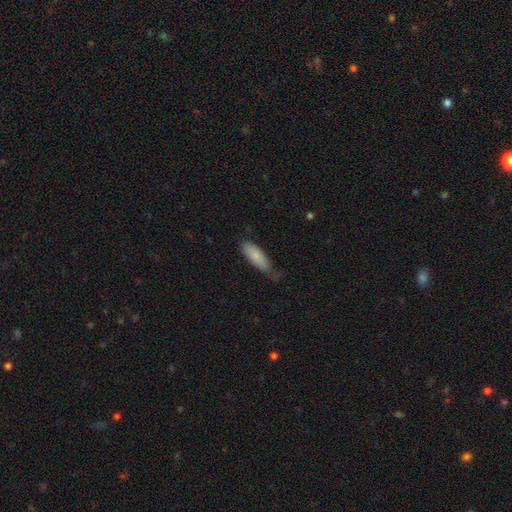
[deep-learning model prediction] The model was most divided on "merging": none: 52%, minor disturbance: 37%, major disturbance: 9%, merger: 2%. More confident: smooth or featured — smooth (83%); how rounded — in between (61%).